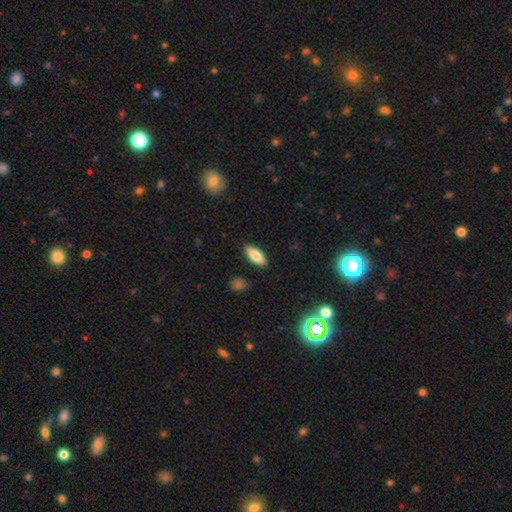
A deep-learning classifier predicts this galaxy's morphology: Smooth or featured?
  - smooth: 78% *
  - featured or disk: 15%
  - star or artifact: 7%
How rounded?
  - in between: 82% *
  - cigar-shaped: 16%
  - round: 2%
Merging?
  - none: 87% *
  - minor disturbance: 10%
  - major disturbance: 2%
  - merger: 1%